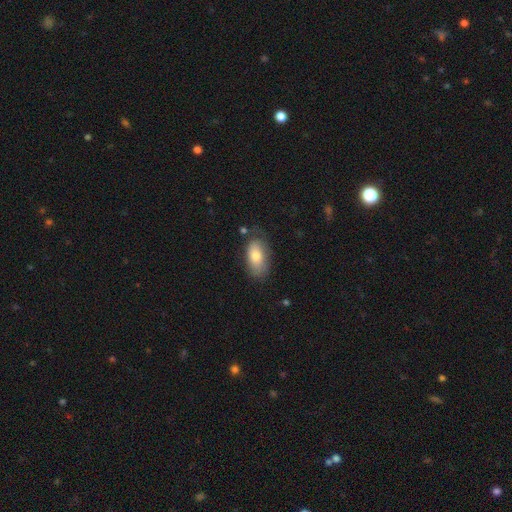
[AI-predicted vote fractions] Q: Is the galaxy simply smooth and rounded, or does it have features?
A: smooth — 77%.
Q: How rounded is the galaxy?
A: in between — 93%.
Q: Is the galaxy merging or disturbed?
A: none — 62%.